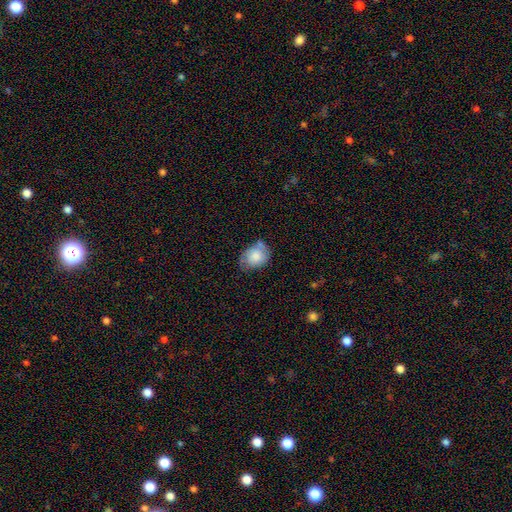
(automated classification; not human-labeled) The model was most divided on "merging": none: 46%, minor disturbance: 35%, major disturbance: 10%, merger: 9%. More confident: smooth or featured — smooth (74%); how rounded — in between (62%).